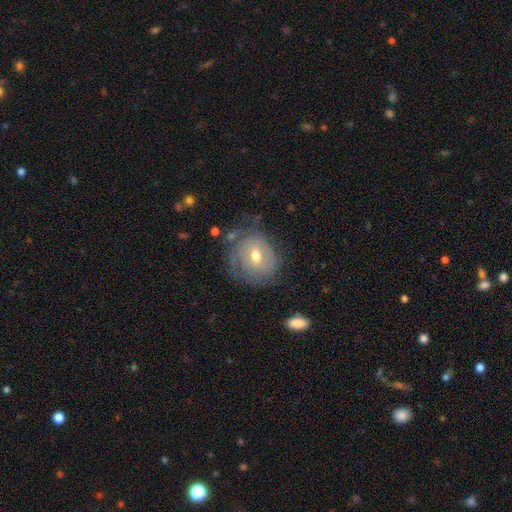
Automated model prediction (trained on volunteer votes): Smooth or featured: featured or disk — 64% (smooth — 28%)
Edge-on disk: no — 96% (yes — 4%)
Bar: no — 46% (weak — 43%)
Spiral arms: yes — 74% (no — 26%)
Bulge size: moderate — 71% (small — 23%)
Merging: none — 62% (minor disturbance — 23%)